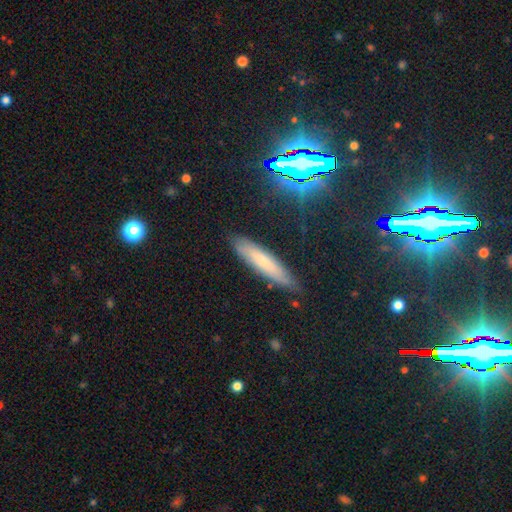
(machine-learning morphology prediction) Overall: smooth (55%; featured or disk 28%). How rounded: cigar-shaped (84%). Merging: none (87%).